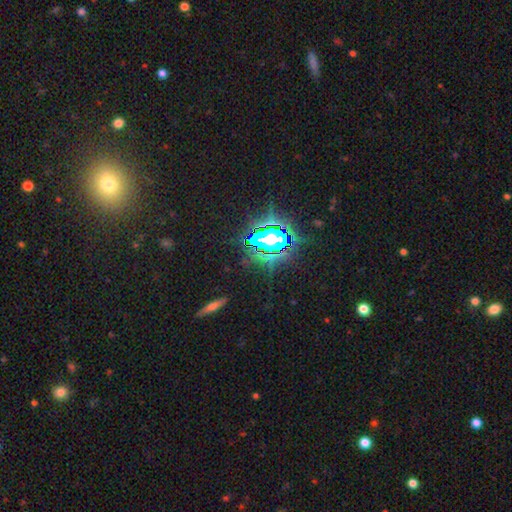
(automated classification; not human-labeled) Smooth or featured? star or artifact (80%)